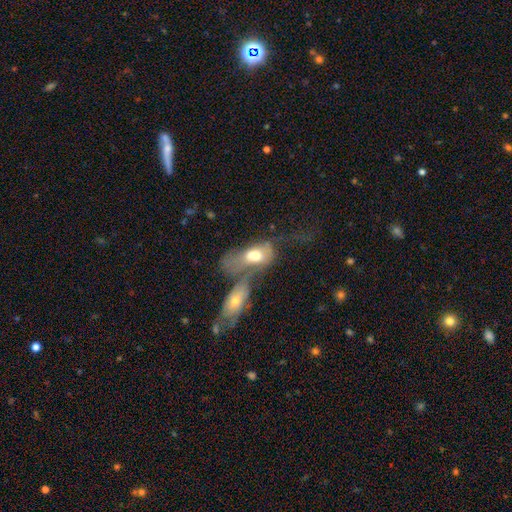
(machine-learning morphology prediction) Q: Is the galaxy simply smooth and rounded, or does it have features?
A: smooth — 58%.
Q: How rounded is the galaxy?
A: in between — 86%.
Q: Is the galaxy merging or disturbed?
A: merger — 66%.